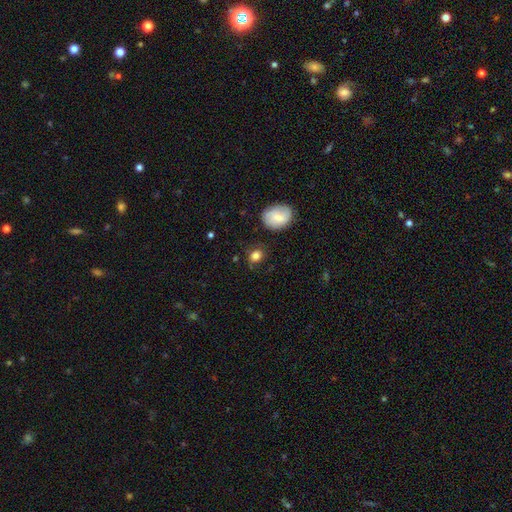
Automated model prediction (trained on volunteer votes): Overall: smooth (81%). How rounded: round (59%; in between 40%). Merging: none (72%).